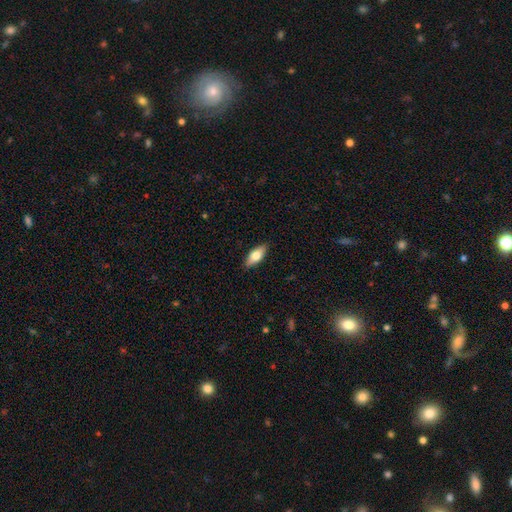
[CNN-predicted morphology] The model was most divided on "smooth or featured": smooth: 69%, featured or disk: 25%, star or artifact: 6%. More confident: merging — none (88%); how rounded — in between (75%).